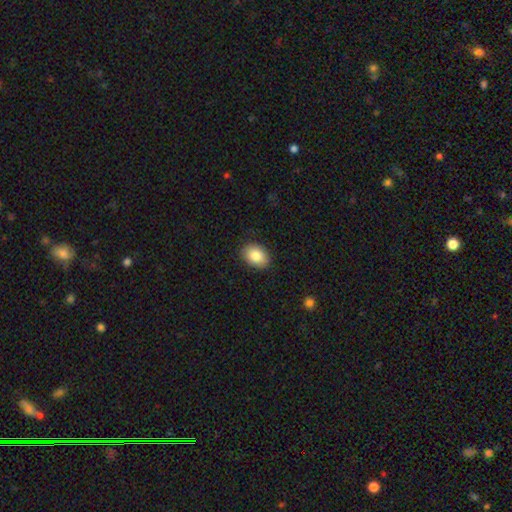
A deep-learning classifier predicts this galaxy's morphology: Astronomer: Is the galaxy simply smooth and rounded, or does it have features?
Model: smooth — 85%.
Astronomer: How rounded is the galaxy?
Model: in between — 78%.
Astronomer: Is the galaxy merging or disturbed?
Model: none — 89%.